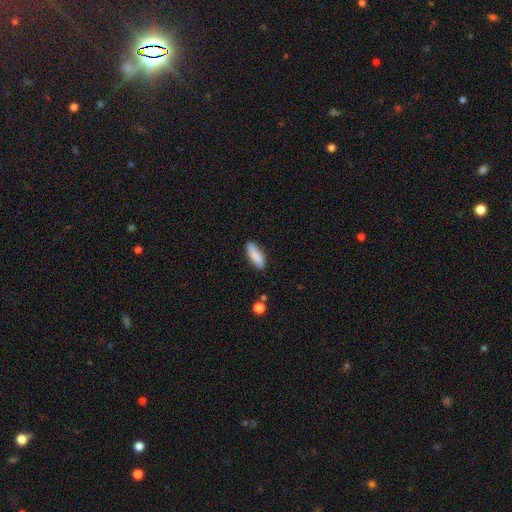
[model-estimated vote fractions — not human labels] Morphology: type=smooth (83%); roundness=in between (63%); merging=none (79%).